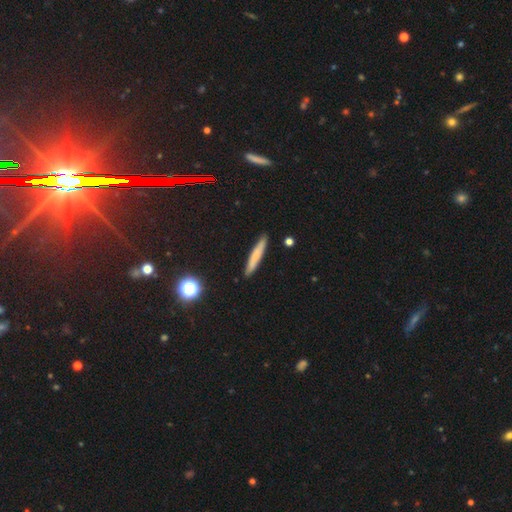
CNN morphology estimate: The model was most divided on "smooth or featured": smooth: 71%, featured or disk: 21%, star or artifact: 8%. More confident: how rounded — cigar-shaped (94%); merging — none (89%).